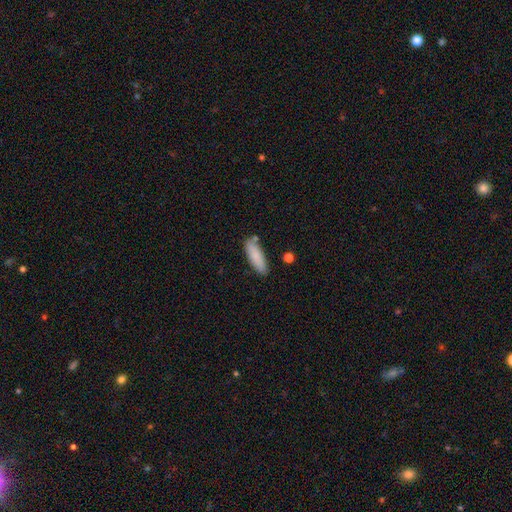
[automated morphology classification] Smooth or featured? smooth (83%)
How rounded? cigar-shaped (54%)
Merging? none (79%)